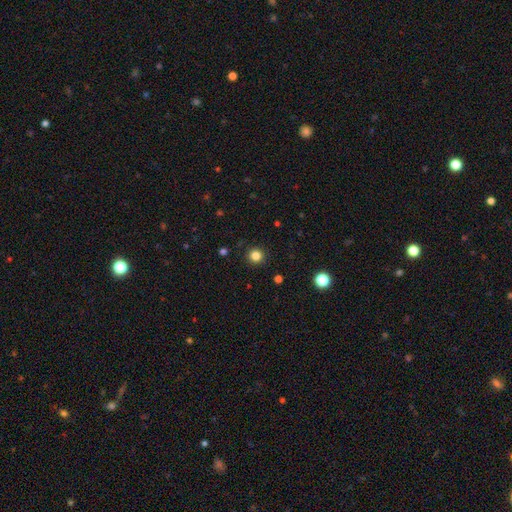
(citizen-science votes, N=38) Q: Smooth or featured?
A: smooth (79%); runner-up: featured or disk (16%)
Q: How rounded?
A: round (97%); runner-up: cigar-shaped (3%)
Q: Merging?
A: none (97%); runner-up: minor disturbance (3%)